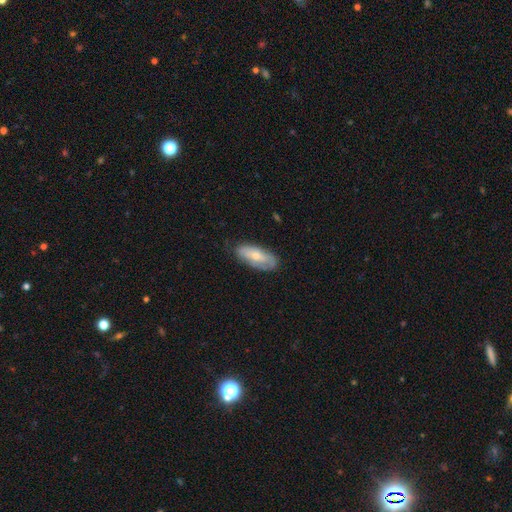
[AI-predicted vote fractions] A smooth galaxy with no disk features (54%) that is in between round and cigar-shaped (84%).

Vote fractions:
- Smooth or featured? smooth: 54% / featured or disk: 40% / star or artifact: 6%
- How rounded? in between: 84% / cigar-shaped: 13% / round: 3%
- Merging? none: 70% / minor disturbance: 23% / major disturbance: 6% / merger: 1%